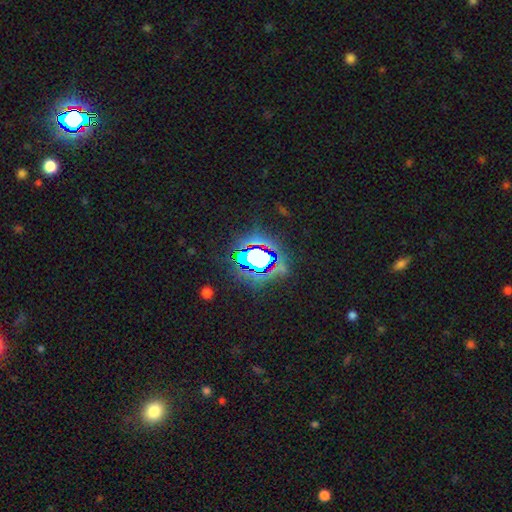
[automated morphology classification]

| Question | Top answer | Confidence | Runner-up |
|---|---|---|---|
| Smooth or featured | star or artifact | 68% | smooth (18%) |